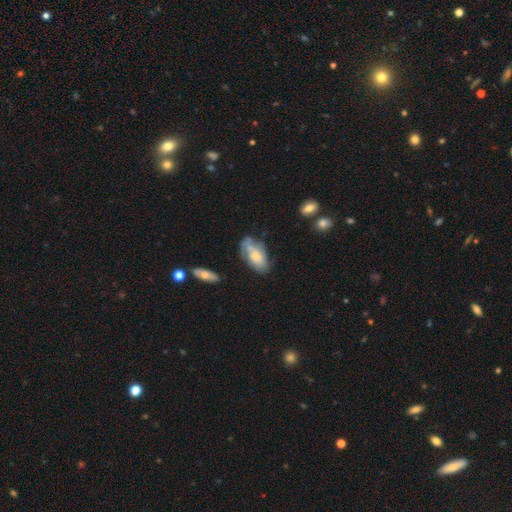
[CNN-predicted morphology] Q: Smooth or featured?
A: smooth (55%); runner-up: featured or disk (38%)
Q: How rounded?
A: in between (91%); runner-up: cigar-shaped (5%)
Q: Merging?
A: none (47%); runner-up: minor disturbance (33%)